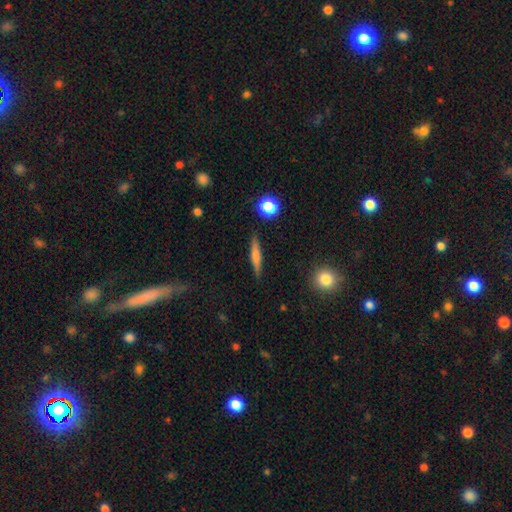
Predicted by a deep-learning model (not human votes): Smooth or featured? Predicted: smooth (p=0.57). How rounded? Predicted: cigar-shaped (p=0.88). Merging? Predicted: none (p=0.87).